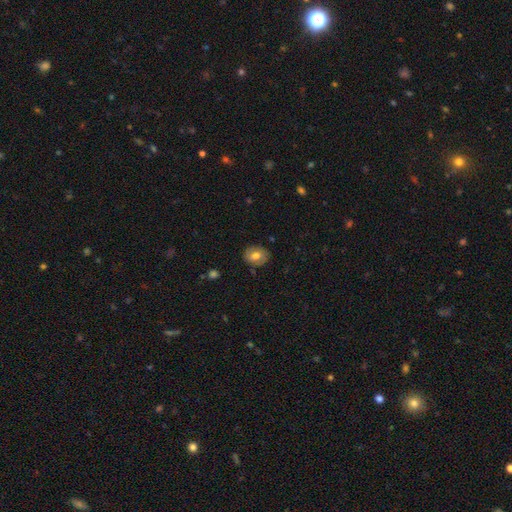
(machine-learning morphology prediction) Smooth or featured?
  - smooth: 63% *
  - featured or disk: 29%
  - star or artifact: 8%
How rounded?
  - in between: 52% *
  - round: 47%
  - cigar-shaped: 1%
Merging?
  - none: 82% *
  - minor disturbance: 13%
  - major disturbance: 3%
  - merger: 1%